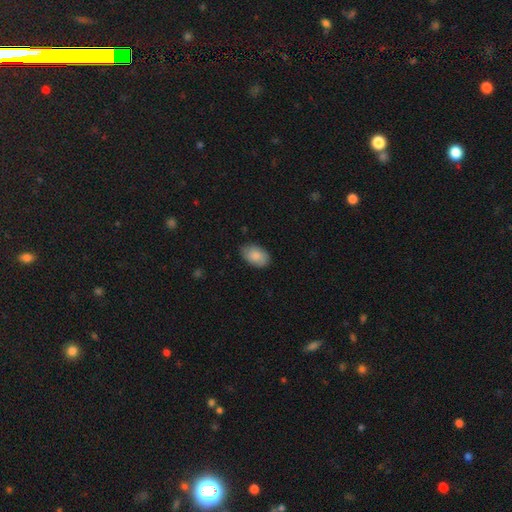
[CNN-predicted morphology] smooth_or_featured: smooth (p=0.85) [alt: featured or disk p=0.08]
how_rounded: in between (p=0.91) [alt: round p=0.08]
merging: none (p=0.81) [alt: minor disturbance p=0.15]